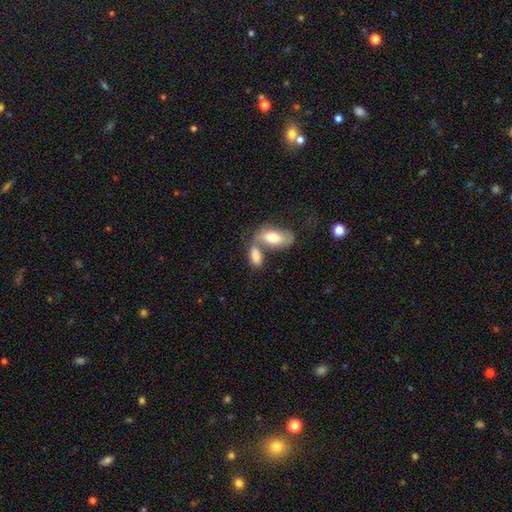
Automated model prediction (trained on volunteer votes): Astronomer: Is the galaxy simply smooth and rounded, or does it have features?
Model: smooth — 78%.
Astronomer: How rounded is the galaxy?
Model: in between — 86%.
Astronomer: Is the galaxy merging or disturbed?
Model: merger — 53% (runner-up: none, 32%).